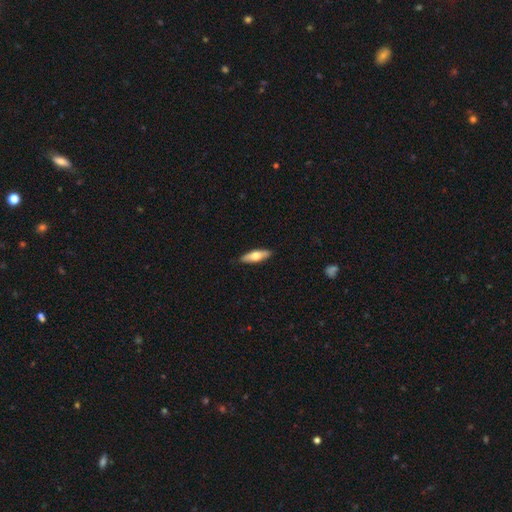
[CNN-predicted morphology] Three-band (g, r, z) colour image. It shows a smooth galaxy with no disk features (62%) that is cigar-shaped (52%). Merging: none (89%).